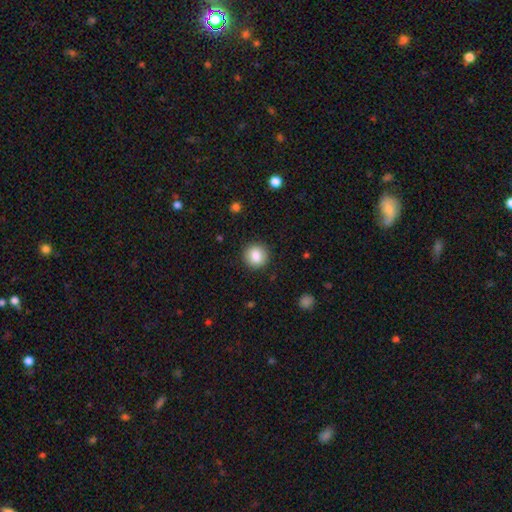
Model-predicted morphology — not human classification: type=smooth (85%); roundness=round (89%); merging=none (89%).